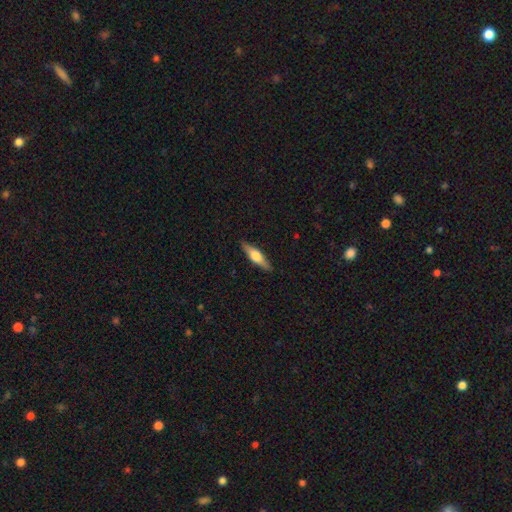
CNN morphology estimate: The model was most divided on "smooth or featured": featured or disk: 57%, smooth: 38%, star or artifact: 6%. More confident: edge-on disk — yes (95%); edge-on bulge — rounded (92%); merging — none (89%).